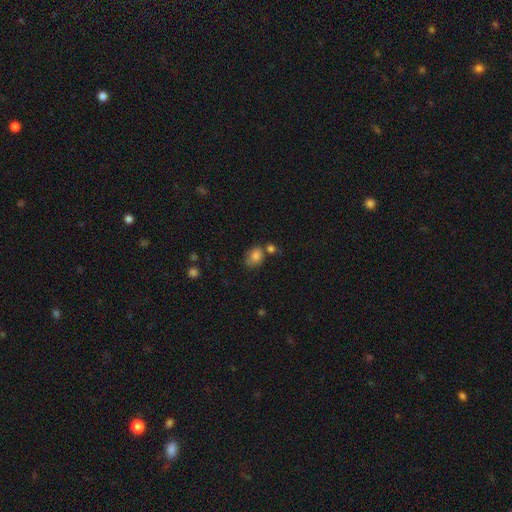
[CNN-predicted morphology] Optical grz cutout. It shows a smooth galaxy with no disk features (82%) that is in between round and cigar-shaped (58%). Merging: none (46%).